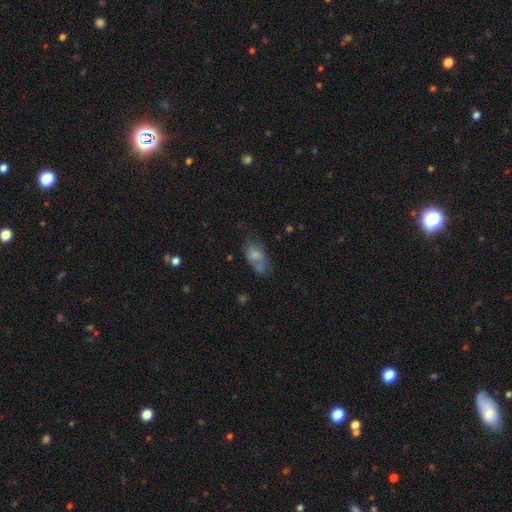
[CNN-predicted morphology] A smooth galaxy with no disk features (64%) that is in between round and cigar-shaped (89%).

Vote fractions:
- Smooth or featured? smooth: 64% / featured or disk: 27% / star or artifact: 9%
- How rounded? in between: 89% / cigar-shaped: 6% / round: 5%
- Merging? none: 45% / minor disturbance: 31% / major disturbance: 18% / merger: 6%